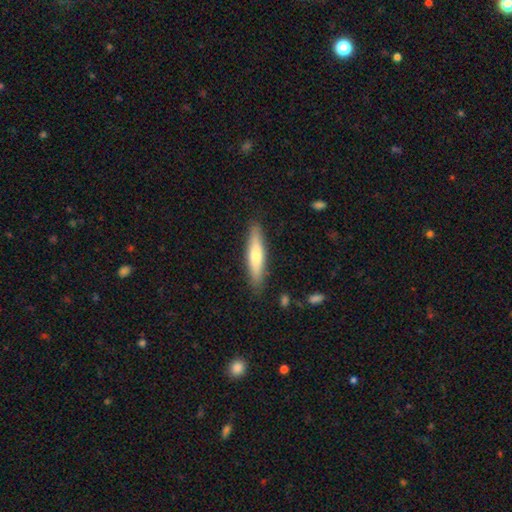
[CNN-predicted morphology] smooth-or-featured: smooth: 58% | featured or disk: 37% | star or artifact: 6%
  how-rounded: cigar-shaped: 84% | in between: 14% | round: 1%
  merging: none: 88% | minor disturbance: 9% | major disturbance: 2% | merger: 1%